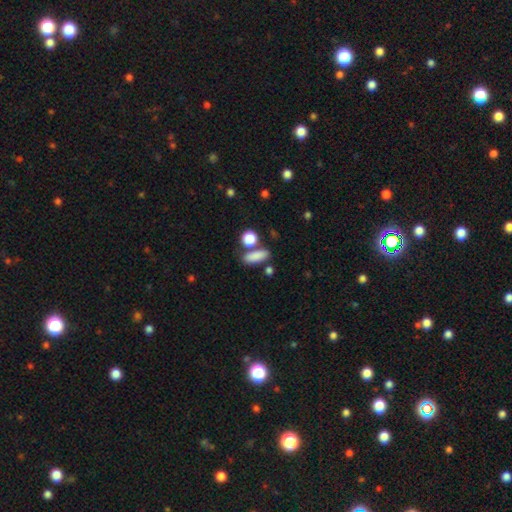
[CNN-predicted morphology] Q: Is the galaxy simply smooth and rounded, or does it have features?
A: smooth — 85%.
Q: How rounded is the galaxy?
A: in between — 66%.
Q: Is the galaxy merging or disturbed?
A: none — 70%.